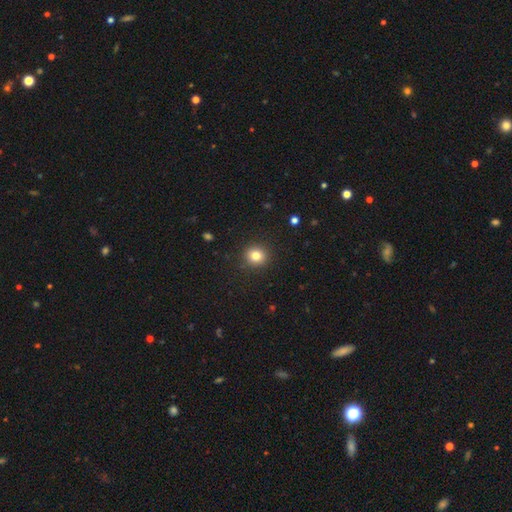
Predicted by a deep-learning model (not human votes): A smooth galaxy with no disk features (81%) that is round (91%). Merging: none (91%).